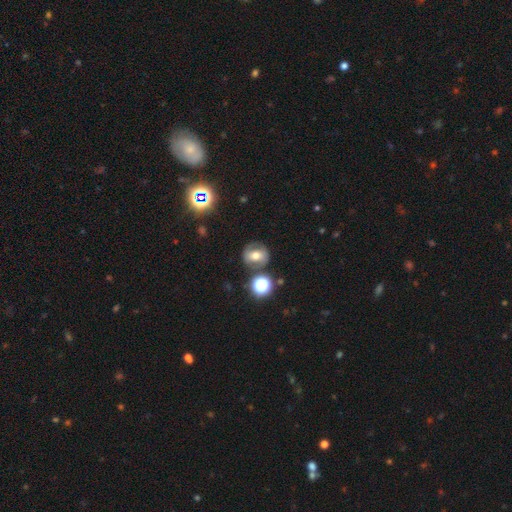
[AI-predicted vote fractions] This appears to be a smooth galaxy with no disk features (46%). Merging: none (71%).